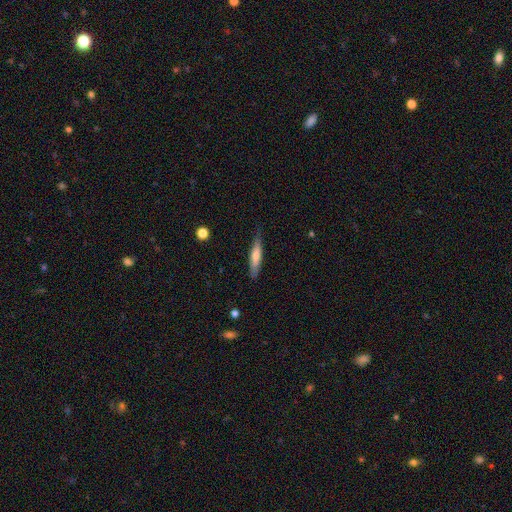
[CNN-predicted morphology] A smooth galaxy with no disk features (61%) that is cigar-shaped (88%).

Vote fractions:
- Smooth or featured? smooth: 61% / featured or disk: 33% / star or artifact: 6%
- How rounded? cigar-shaped: 88% / in between: 10% / round: 1%
- Merging? none: 81% / minor disturbance: 15% / major disturbance: 3% / merger: 1%